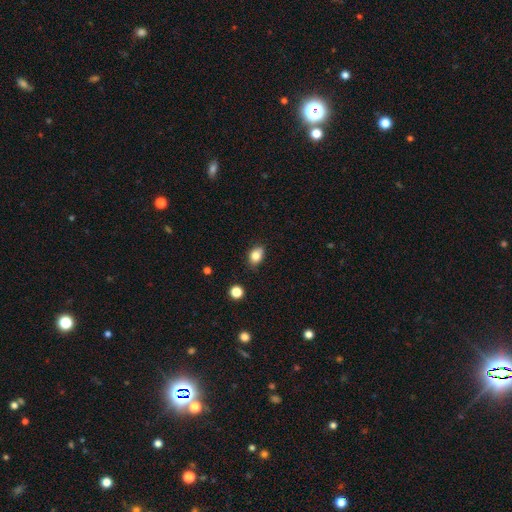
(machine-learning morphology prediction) This is clearly a smooth galaxy (82%). How rounded: likely in between (71%). Merging: likely none (75%).